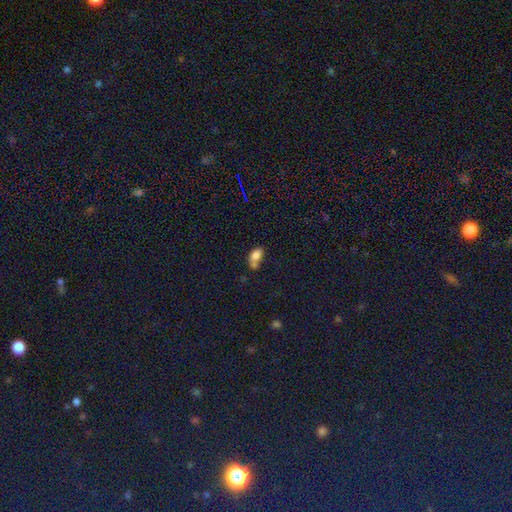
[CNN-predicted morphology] smooth-or-featured: smooth: 77% | featured or disk: 11% | star or artifact: 11%
  how-rounded: in between: 86% | round: 11% | cigar-shaped: 3%
  merging: merger: 38% | none: 32% | minor disturbance: 20% | major disturbance: 10%